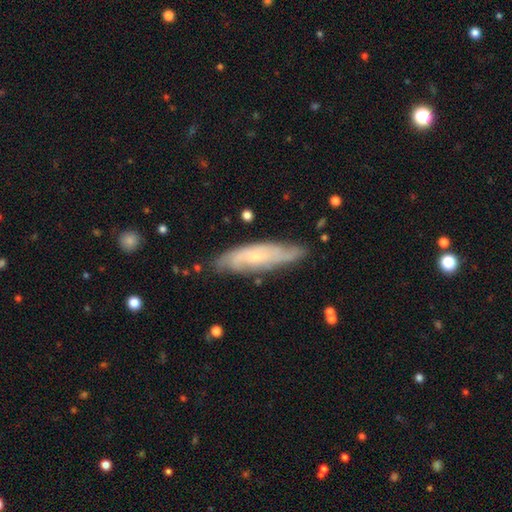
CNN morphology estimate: type=featured or disk (66%); edge-on=no (73%); merging=none (75%).